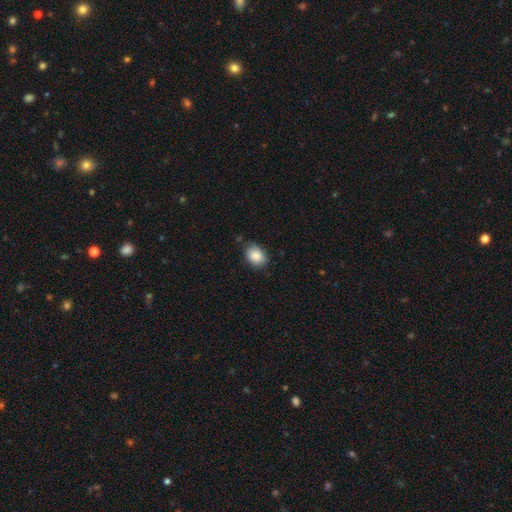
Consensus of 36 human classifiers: Overall: smooth (89%). How rounded: in between (78%). Merging: none (69%).